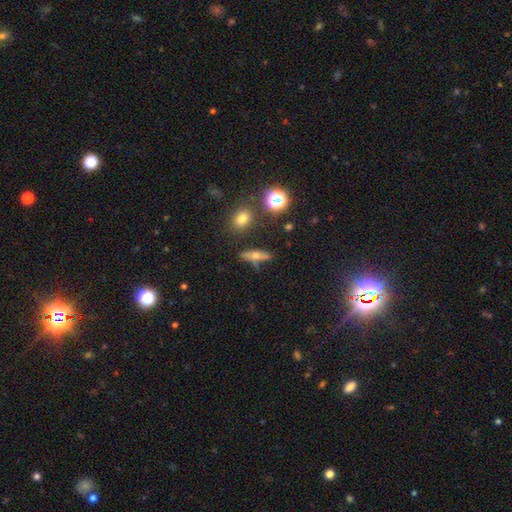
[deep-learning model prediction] Smooth or featured: smooth — 49% (featured or disk — 35%)
Merging: none — 69% (minor disturbance — 17%)